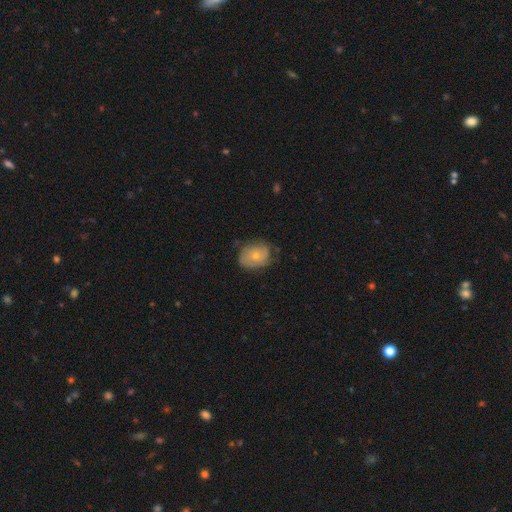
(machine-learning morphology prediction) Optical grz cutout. It shows a smooth galaxy with no disk features (51%) that is in between round and cigar-shaped (51%). Merging: none (60%).